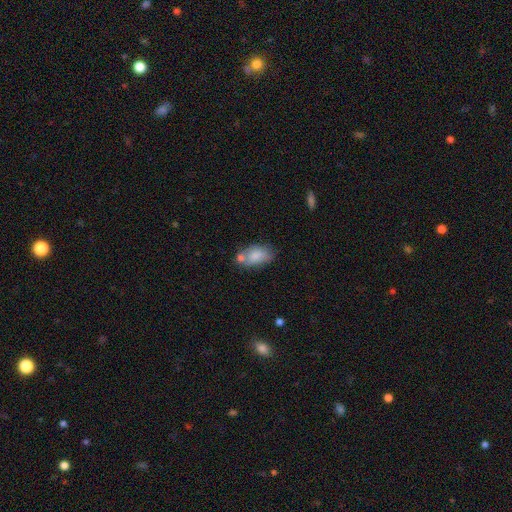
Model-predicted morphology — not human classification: The model was most divided on "merging": none: 50%, merger: 22%, minor disturbance: 21%, major disturbance: 6%. More confident: how rounded — in between (91%); smooth or featured — smooth (80%).